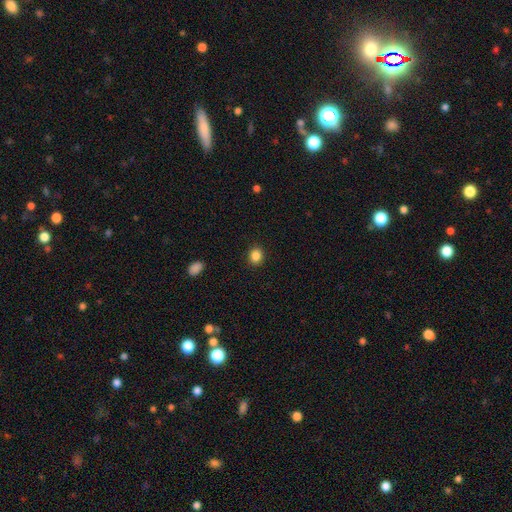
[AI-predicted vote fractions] This appears to be a smooth galaxy with no disk features (86%) that is round (69%). Merging: none (91%).